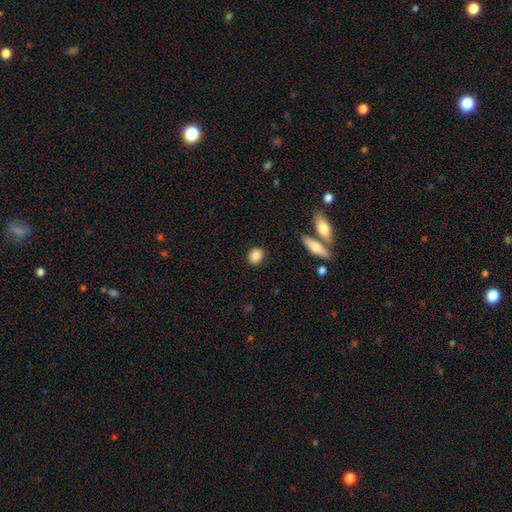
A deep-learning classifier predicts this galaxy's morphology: This is clearly a smooth galaxy (86%). How rounded: likely round (60%). Merging: clearly none (86%).